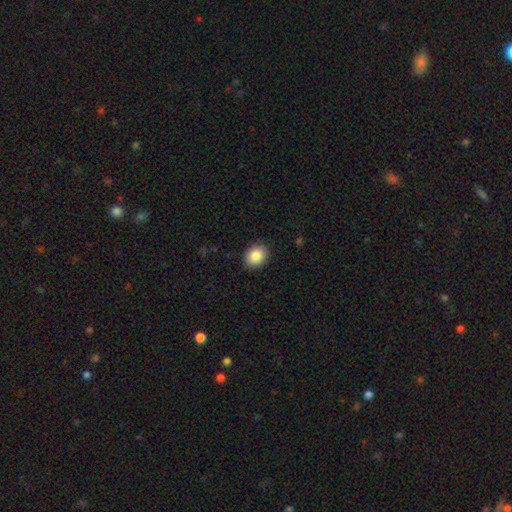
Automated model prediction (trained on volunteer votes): A smooth galaxy with no disk features (87%) that is in between round and cigar-shaped (51%). Merging: none (90%).